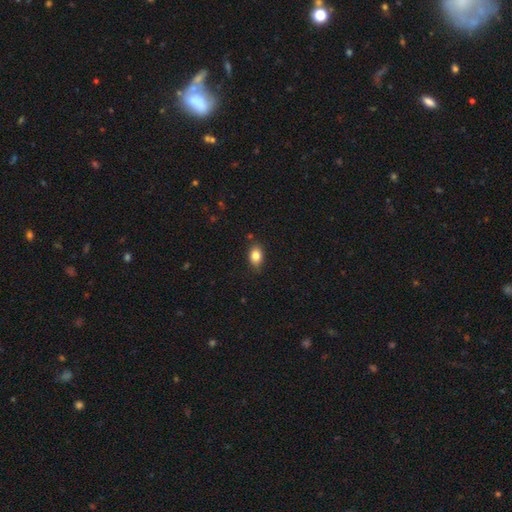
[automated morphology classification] A smooth galaxy with no disk features (84%) that is in between round and cigar-shaped (80%).

Vote fractions:
- Smooth or featured? smooth: 84% / star or artifact: 9% / featured or disk: 7%
- How rounded? in between: 80% / round: 19% / cigar-shaped: 2%
- Merging? none: 83% / minor disturbance: 13% / major disturbance: 2% / merger: 2%